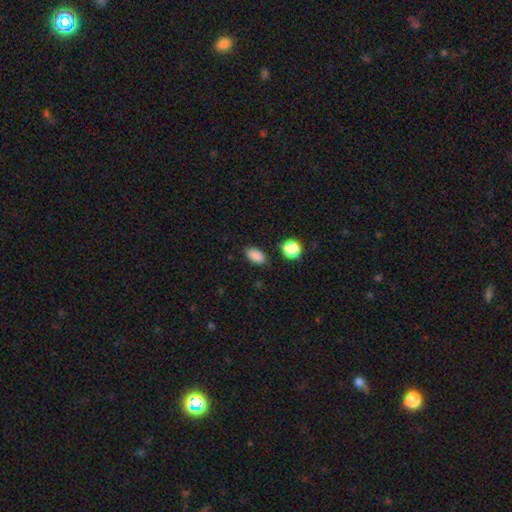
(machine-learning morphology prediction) This is clearly a smooth galaxy (86%). How rounded: clearly in between (88%). Merging: clearly none (83%).